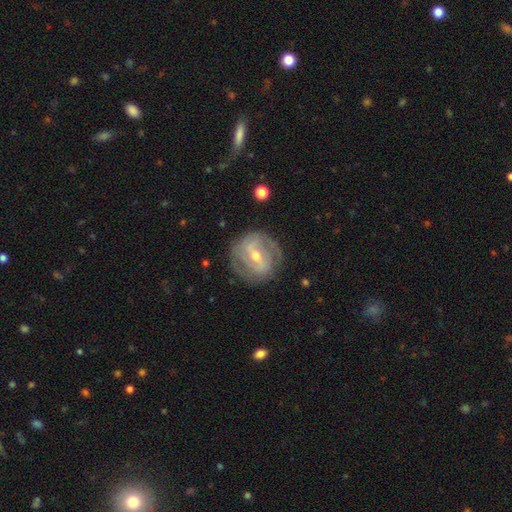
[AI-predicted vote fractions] Smooth or featured: featured or disk — 81% (smooth — 13%)
Edge-on disk: no — 96% (yes — 4%)
Bar: strong — 45% (weak — 41%)
Spiral arms: yes — 85% (no — 15%)
Spiral winding: tight — 52% (medium — 35%)
Spiral arm count: 2 — 58% (can't tell — 24%)
Bulge size: moderate — 52% (small — 44%)
Merging: none — 78% (minor disturbance — 14%)